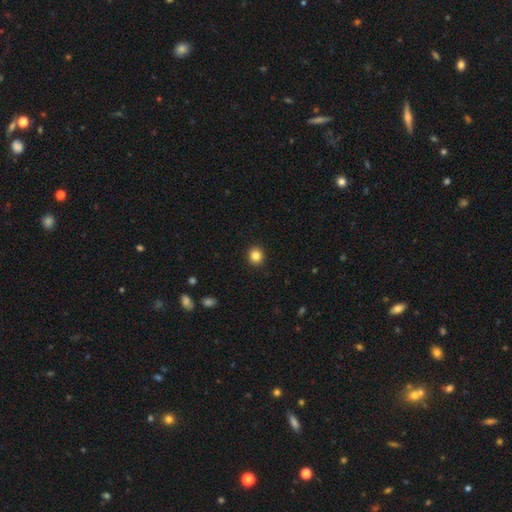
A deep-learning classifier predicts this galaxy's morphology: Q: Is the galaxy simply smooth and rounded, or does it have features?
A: smooth — 85%.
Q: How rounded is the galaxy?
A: round — 89%.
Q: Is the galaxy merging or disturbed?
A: none — 92%.